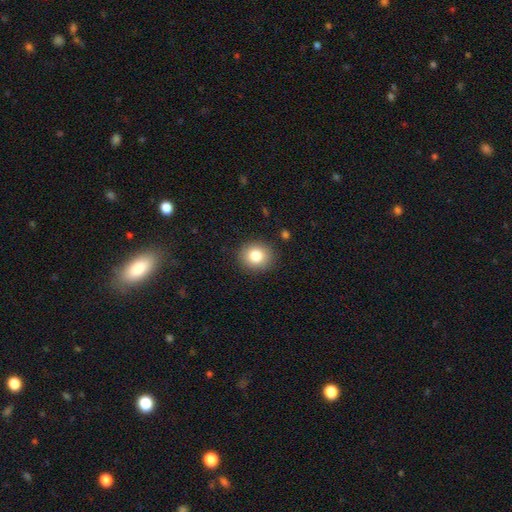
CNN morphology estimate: Overall: smooth (82%). How rounded: round (79%). Merging: none (89%).